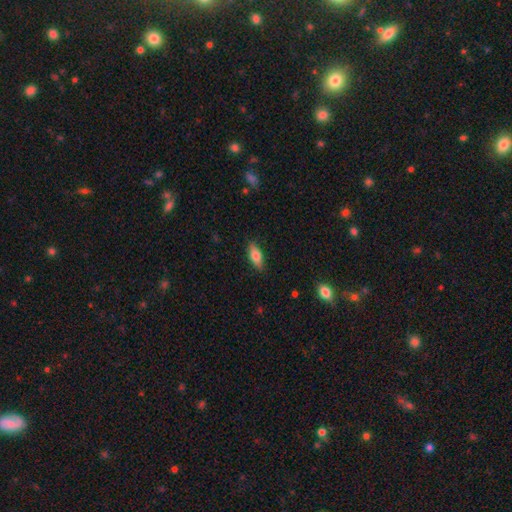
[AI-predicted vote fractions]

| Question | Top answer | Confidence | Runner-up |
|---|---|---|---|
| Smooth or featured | smooth | 70% | featured or disk (23%) |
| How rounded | in between | 77% | cigar-shaped (20%) |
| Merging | none | 85% | minor disturbance (11%) |